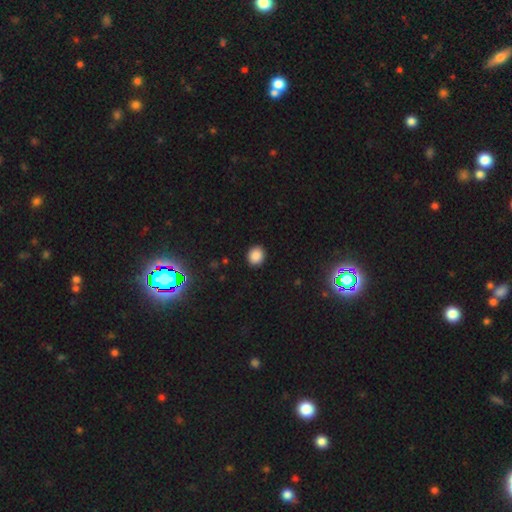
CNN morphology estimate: Smooth or featured: smooth — 86% (star or artifact — 11%)
How rounded: round — 78% (in between — 21%)
Merging: none — 91% (minor disturbance — 6%)